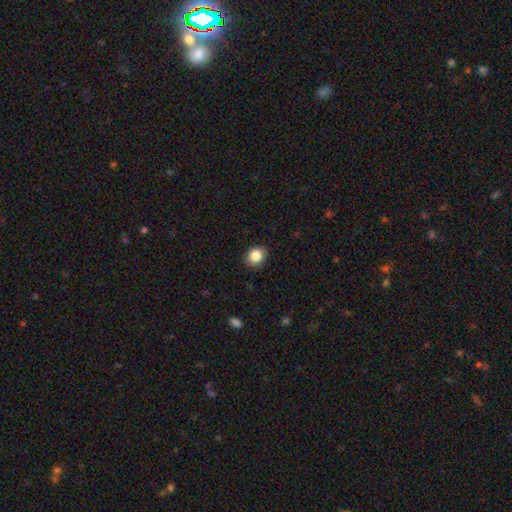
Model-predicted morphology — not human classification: type=smooth (86%); roundness=round (71%); merging=none (89%).